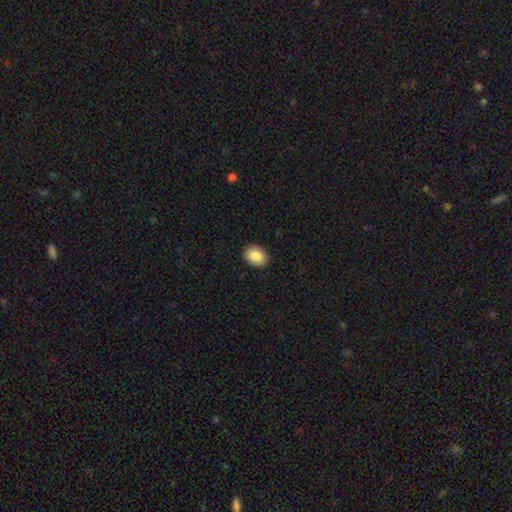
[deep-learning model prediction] This appears to be a smooth galaxy with no disk features (87%) that is in between round and cigar-shaped (70%). Merging: none (90%).